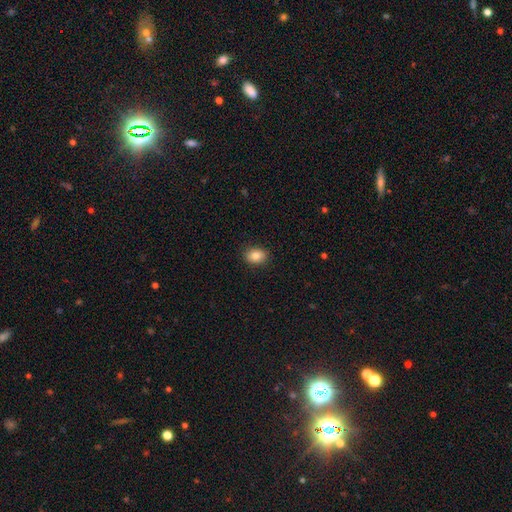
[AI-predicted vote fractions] This appears to be a smooth galaxy with no disk features (83%) that is in between round and cigar-shaped (65%). Merging: none (89%).